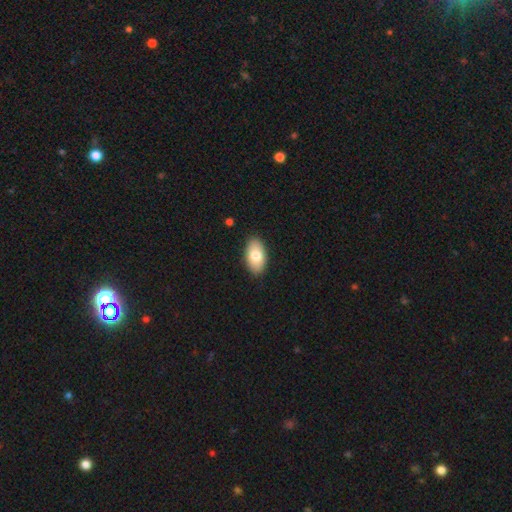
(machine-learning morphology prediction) Smooth or featured? smooth (78%)
How rounded? in between (94%)
Merging? none (89%)